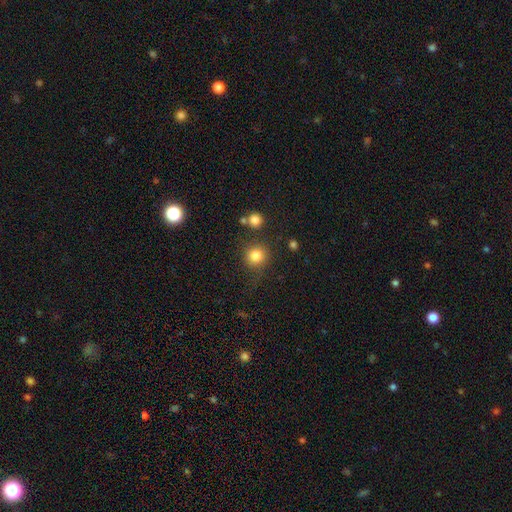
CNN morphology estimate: Overall: smooth (82%). How rounded: round (90%). Merging: none (76%).